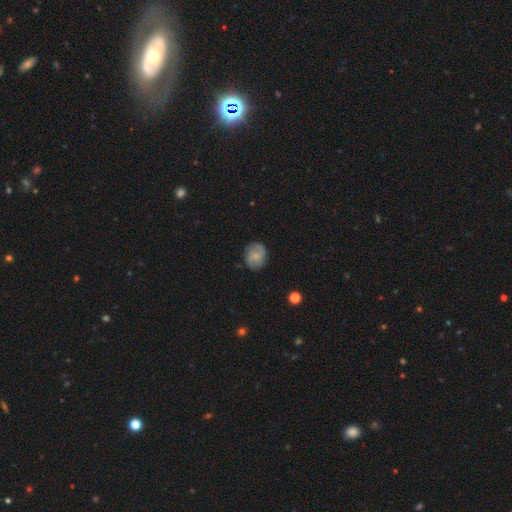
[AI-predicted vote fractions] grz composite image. It shows a featured or disk galaxy (47%). Merging: none (81%).